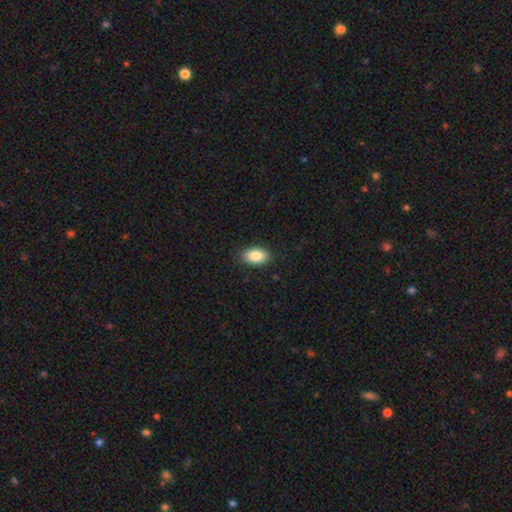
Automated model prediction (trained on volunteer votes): A smooth galaxy with no disk features (86%) that is in between round and cigar-shaped (92%). Merging: none (88%).